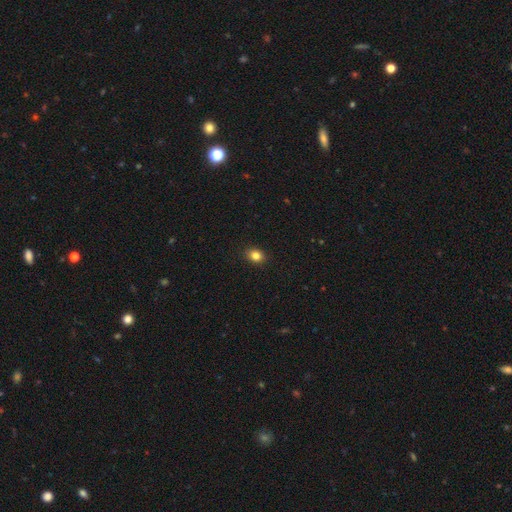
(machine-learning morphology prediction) smooth_or_featured: smooth (p=0.83) [alt: star or artifact p=0.11]
how_rounded: in between (p=0.50) [alt: round p=0.49]
merging: none (p=0.91) [alt: minor disturbance p=0.07]